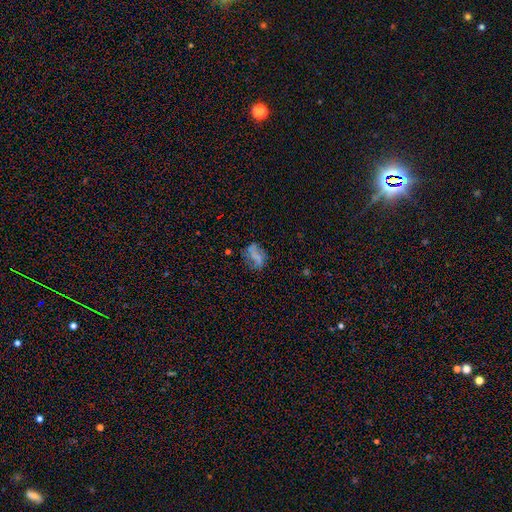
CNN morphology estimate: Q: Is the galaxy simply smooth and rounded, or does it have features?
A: smooth — 43%, tied with featured or disk.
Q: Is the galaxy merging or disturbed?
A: none — 51%.